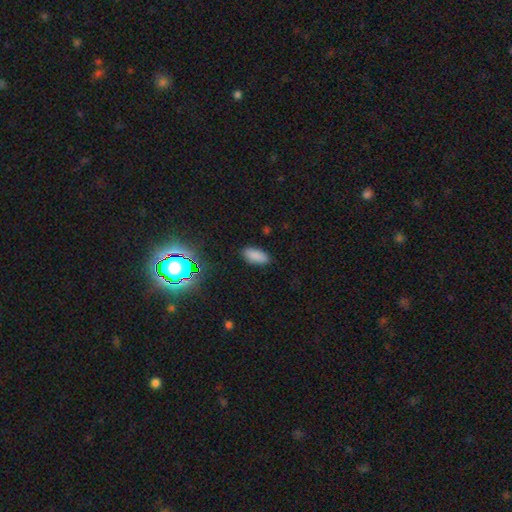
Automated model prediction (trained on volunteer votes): Q: Smooth or featured?
A: smooth (85%); runner-up: star or artifact (12%)
Q: How rounded?
A: in between (90%); runner-up: cigar-shaped (8%)
Q: Merging?
A: none (87%); runner-up: minor disturbance (9%)